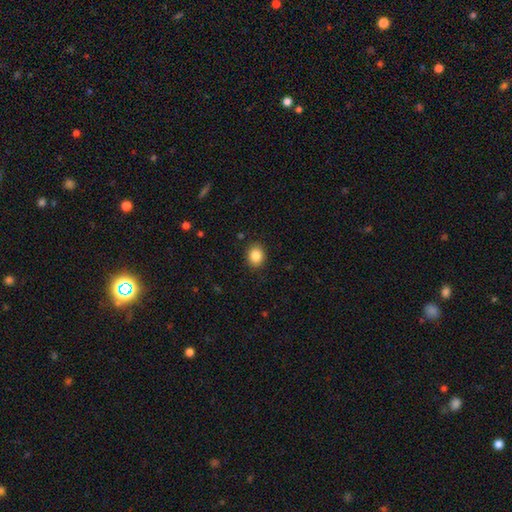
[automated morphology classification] smooth-or-featured: smooth: 86% | star or artifact: 9% | featured or disk: 5%
  how-rounded: round: 57% | in between: 42% | cigar-shaped: 1%
  merging: none: 89% | minor disturbance: 8% | major disturbance: 2% | merger: 1%